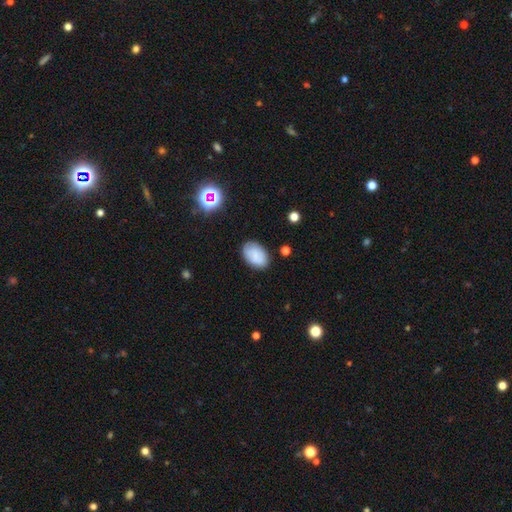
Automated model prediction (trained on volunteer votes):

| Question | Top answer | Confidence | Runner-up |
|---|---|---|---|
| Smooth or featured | smooth | 74% | featured or disk (16%) |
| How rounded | in between | 88% | round (11%) |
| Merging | none | 80% | minor disturbance (15%) |